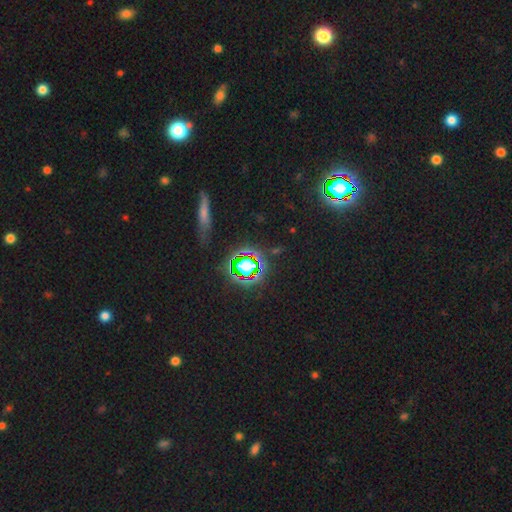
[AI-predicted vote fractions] A star or artifact, not a galaxy (71%).

Vote fractions:
- Smooth or featured? star or artifact: 71% / smooth: 16% / featured or disk: 13%